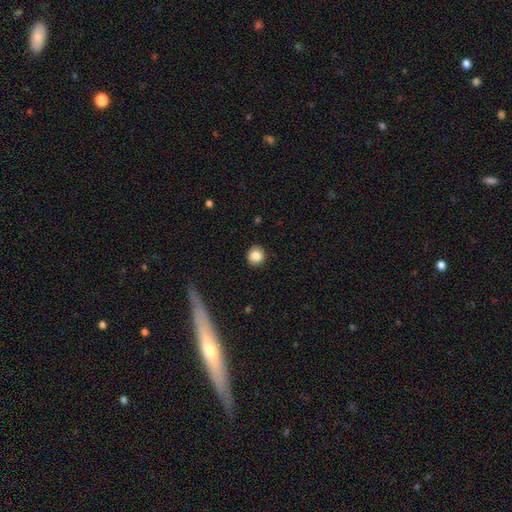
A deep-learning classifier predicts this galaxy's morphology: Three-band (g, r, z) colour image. It shows a smooth galaxy with no disk features (86%) that is round (92%). Merging: none (91%).